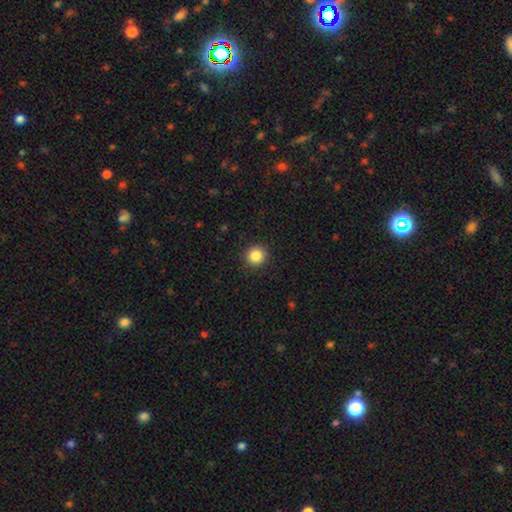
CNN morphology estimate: Overall: smooth (86%). How rounded: round (93%). Merging: none (92%).